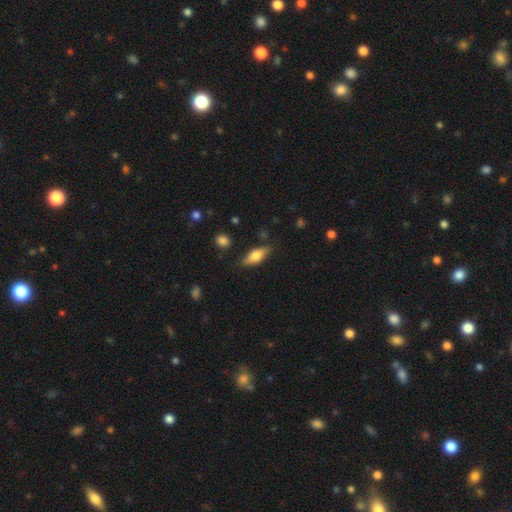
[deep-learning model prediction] smooth_or_featured: smooth (p=0.62) [alt: featured or disk p=0.32]
how_rounded: in between (p=0.64) [alt: cigar-shaped p=0.33]
merging: none (p=0.80) [alt: minor disturbance p=0.15]